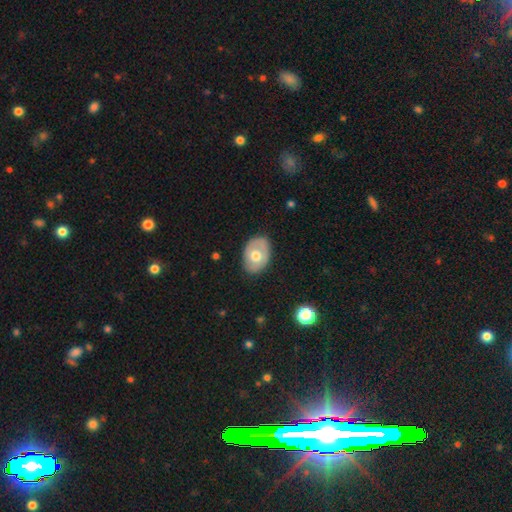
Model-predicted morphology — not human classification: This is possibly a smooth galaxy (55%). How rounded: likely in between (78%). Merging: likely none (79%).